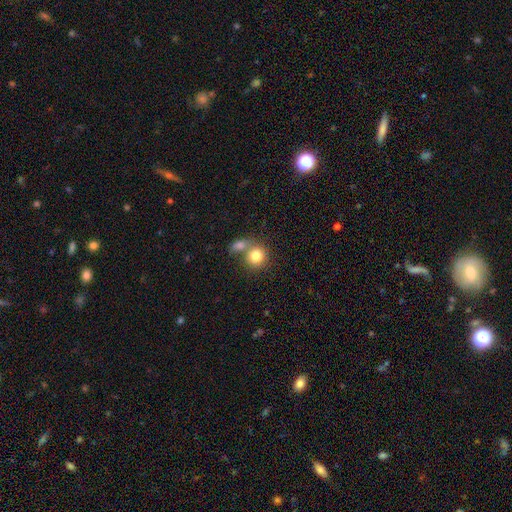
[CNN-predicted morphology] This appears to be a smooth galaxy with no disk features (82%) that is round (83%). Merging: merger (45%).